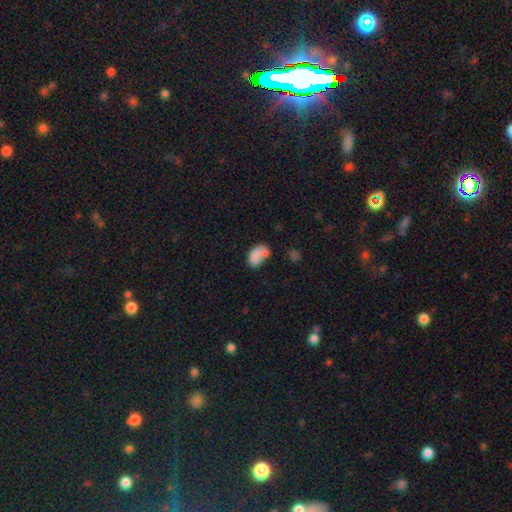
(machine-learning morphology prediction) type=smooth (80%); roundness=in between (87%); merging=none (39%).